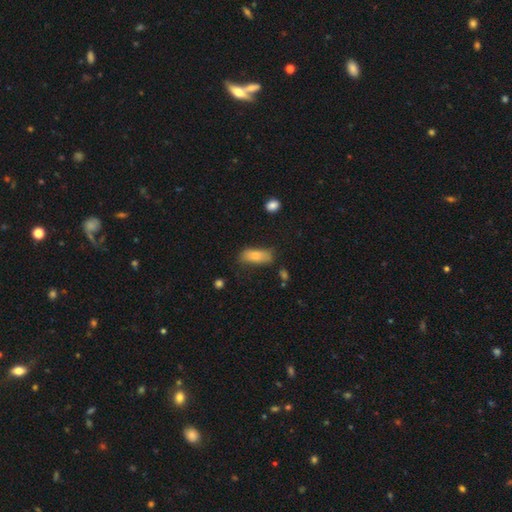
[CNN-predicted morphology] smooth 83%, featured or disk 10%, star or artifact 7%. Down the decision tree: how rounded — in between (75%); merging — none (60%).